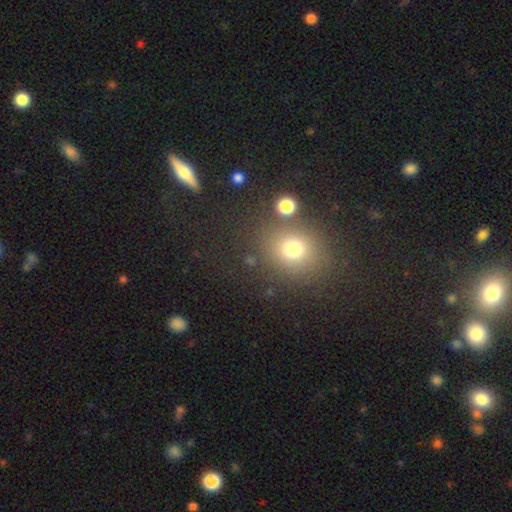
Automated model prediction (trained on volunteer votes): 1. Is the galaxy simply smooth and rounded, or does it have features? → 60% smooth, 32% star or artifact, 9% featured or disk.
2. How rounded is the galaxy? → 79% round, 19% in between, 2% cigar-shaped.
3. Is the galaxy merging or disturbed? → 81% none, 9% minor disturbance, 6% merger, 4% major disturbance.